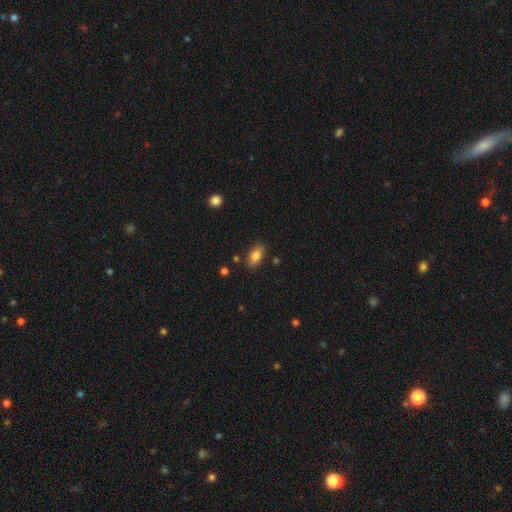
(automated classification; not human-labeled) Smooth or featured?
  - smooth: 83% *
  - star or artifact: 8%
  - featured or disk: 8%
How rounded?
  - in between: 90% *
  - round: 5%
  - cigar-shaped: 5%
Merging?
  - none: 84% *
  - minor disturbance: 11%
  - merger: 3%
  - major disturbance: 3%